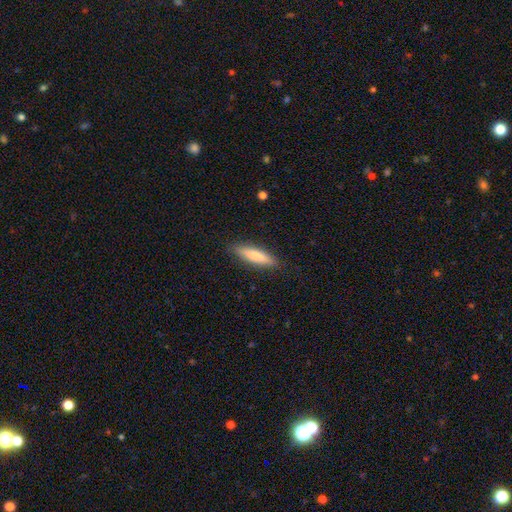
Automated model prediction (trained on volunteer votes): Smooth or featured? smooth (78%)
How rounded? cigar-shaped (75%)
Merging? none (88%)